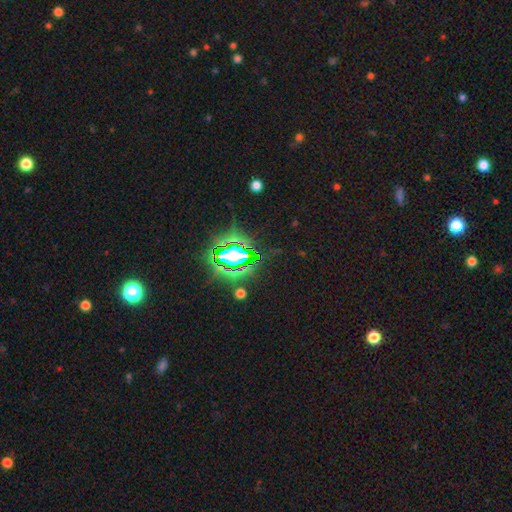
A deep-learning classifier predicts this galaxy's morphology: smooth-or-featured: star or artifact: 79% | smooth: 12% | featured or disk: 9%